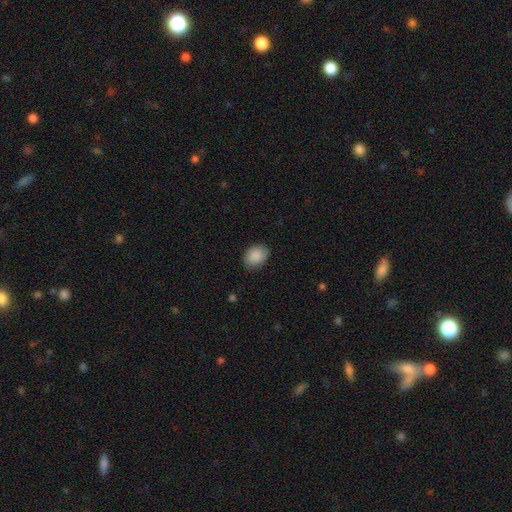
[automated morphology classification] This appears to be a smooth galaxy with no disk features (89%) that is in between round and cigar-shaped (68%). Merging: none (84%).